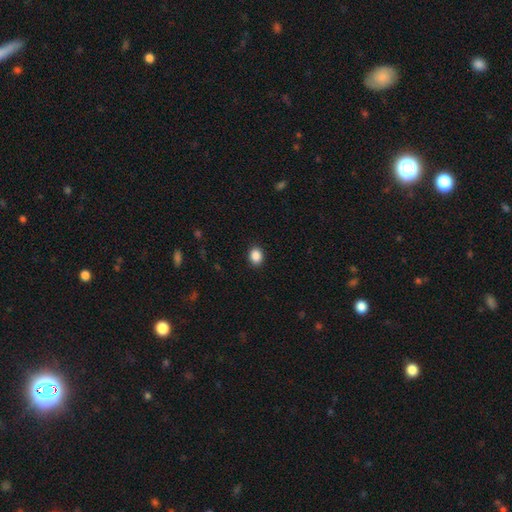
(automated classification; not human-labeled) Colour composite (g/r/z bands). It shows a smooth galaxy with no disk features (89%) that is in between round and cigar-shaped (53%). Merging: none (91%).